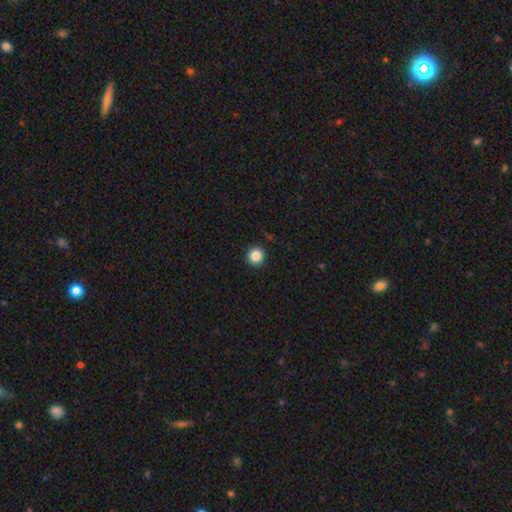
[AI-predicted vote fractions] Smooth or featured? smooth (86%)
How rounded? round (95%)
Merging? none (93%)